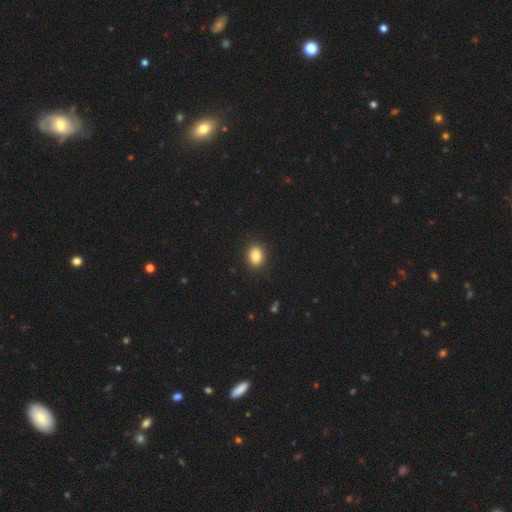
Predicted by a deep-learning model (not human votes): Smooth or featured?
  - smooth: 85% *
  - star or artifact: 9%
  - featured or disk: 5%
How rounded?
  - in between: 64% *
  - round: 35%
  - cigar-shaped: 1%
Merging?
  - none: 89% *
  - minor disturbance: 8%
  - major disturbance: 2%
  - merger: 1%